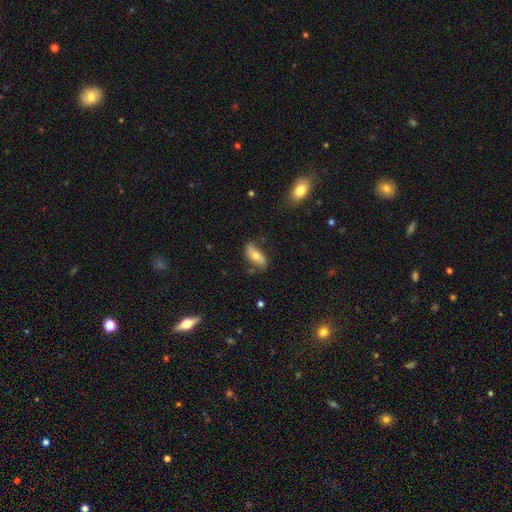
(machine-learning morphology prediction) smooth 57%, featured or disk 35%, star or artifact 7%. Down the decision tree: how rounded — in between (78%); merging — none (68%).